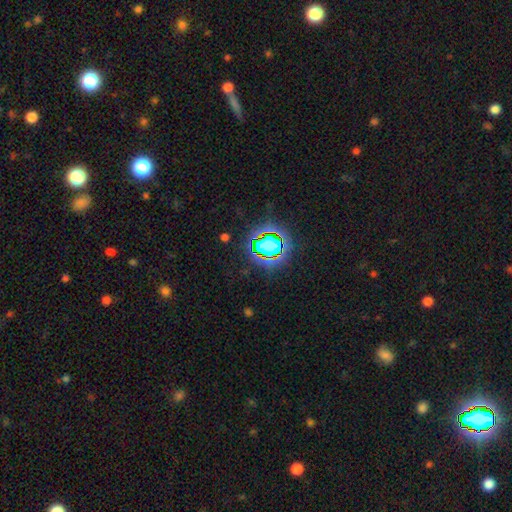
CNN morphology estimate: Smooth or featured? Predicted: star or artifact (p=0.76).